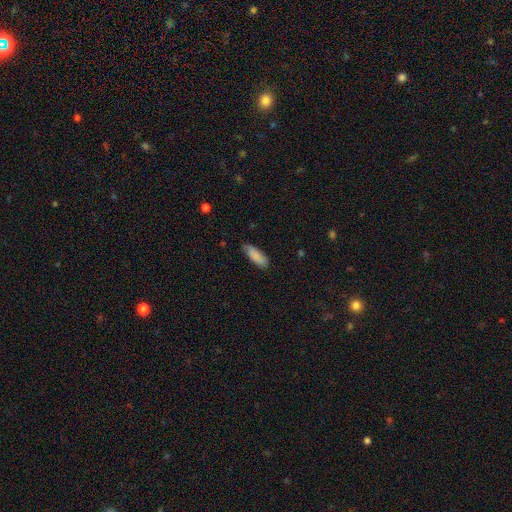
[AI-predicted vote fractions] A smooth galaxy with no disk features (84%) that is in between round and cigar-shaped (66%). Merging: none (77%).